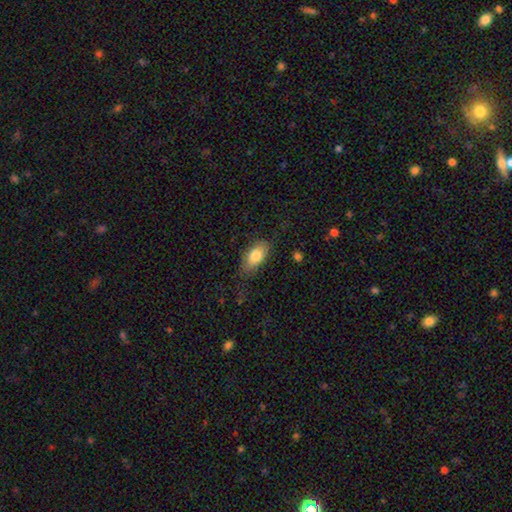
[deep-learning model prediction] Overall: smooth (80%). How rounded: in between (89%). Merging: none (72%).